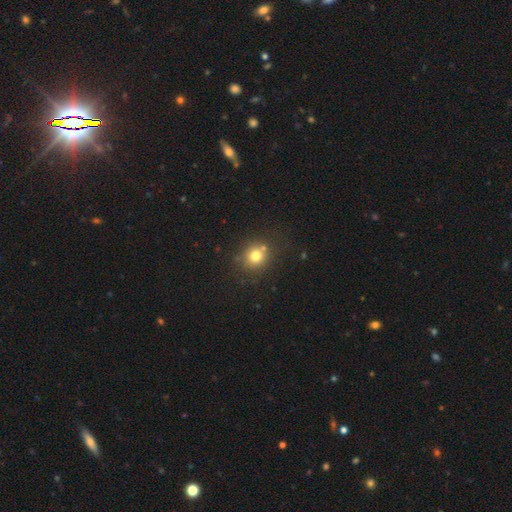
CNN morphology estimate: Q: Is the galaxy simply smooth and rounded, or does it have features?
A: smooth — 75%.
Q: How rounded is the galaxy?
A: round — 83%.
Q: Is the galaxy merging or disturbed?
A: none — 74%.